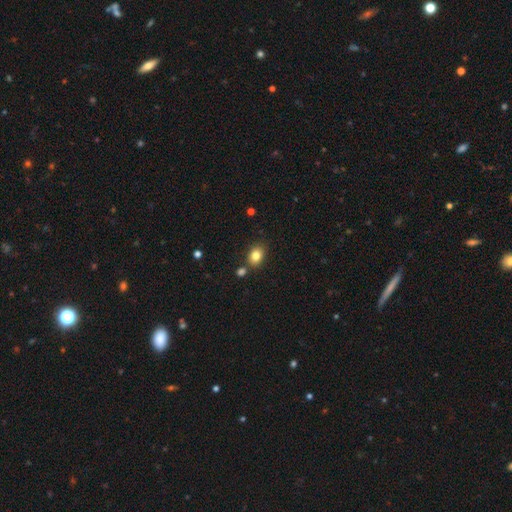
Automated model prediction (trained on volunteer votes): Smooth or featured?
  - smooth: 82% *
  - star or artifact: 10%
  - featured or disk: 7%
How rounded?
  - in between: 60% *
  - round: 39%
  - cigar-shaped: 1%
Merging?
  - none: 78% *
  - minor disturbance: 11%
  - merger: 8%
  - major disturbance: 3%